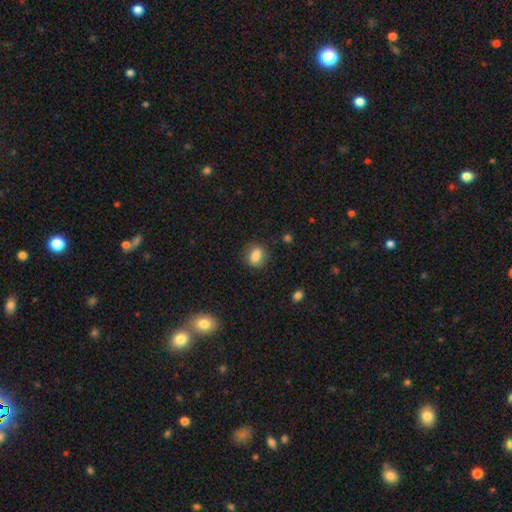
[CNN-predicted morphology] Overall: smooth (82%). How rounded: in between (60%; round 37%). Merging: none (81%).